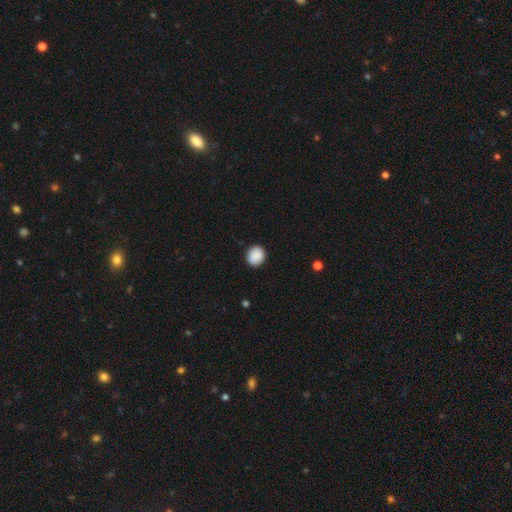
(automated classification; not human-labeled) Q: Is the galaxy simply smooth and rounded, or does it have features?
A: smooth — 90%.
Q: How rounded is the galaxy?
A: round — 76%.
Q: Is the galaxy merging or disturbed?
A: none — 89%.